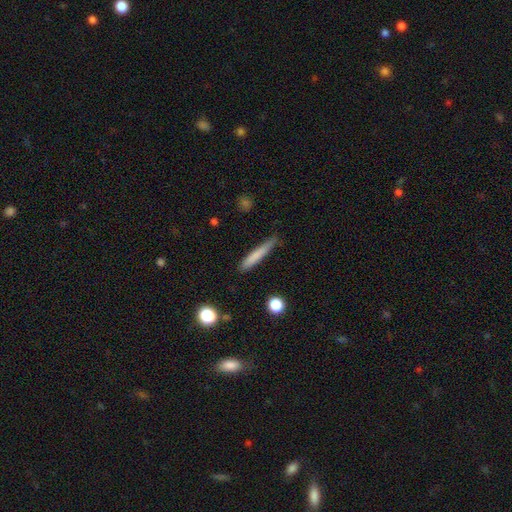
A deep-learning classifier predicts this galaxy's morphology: smooth_or_featured: smooth (p=0.74) [alt: featured or disk p=0.19]
how_rounded: cigar-shaped (p=0.94) [alt: in between p=0.04]
merging: none (p=0.77) [alt: minor disturbance p=0.17]